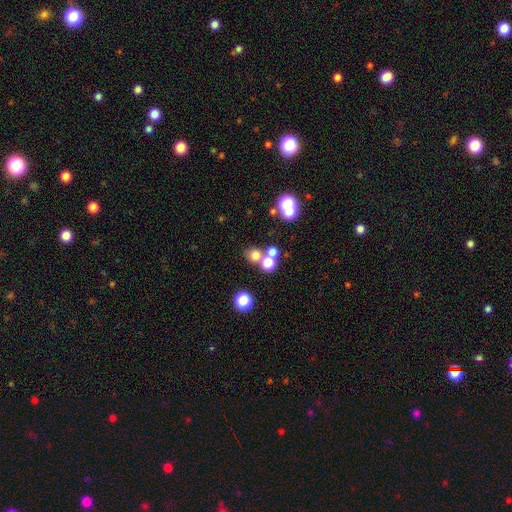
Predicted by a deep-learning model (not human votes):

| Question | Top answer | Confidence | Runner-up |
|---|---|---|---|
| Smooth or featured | smooth | 68% | star or artifact (21%) |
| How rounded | round | 84% | in between (15%) |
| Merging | none | 55% | merger (34%) |